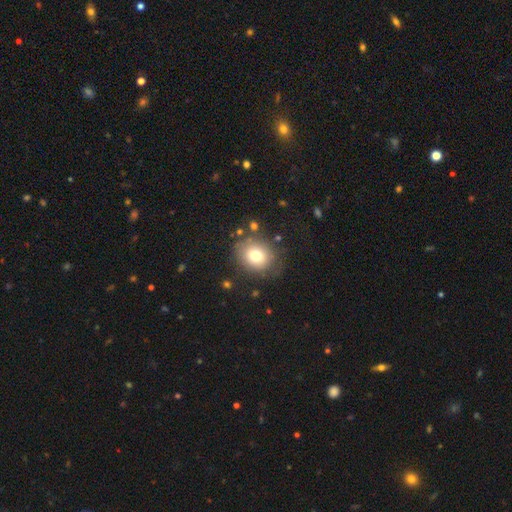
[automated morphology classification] A smooth galaxy with no disk features (75%) that is round (68%). Merging: none (76%).